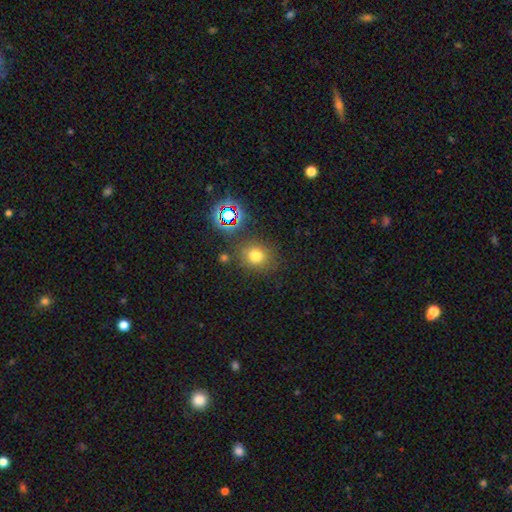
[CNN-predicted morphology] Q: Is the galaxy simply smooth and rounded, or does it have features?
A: smooth — 69%.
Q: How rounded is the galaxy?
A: round — 76%.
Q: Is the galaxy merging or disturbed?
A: none — 78%.